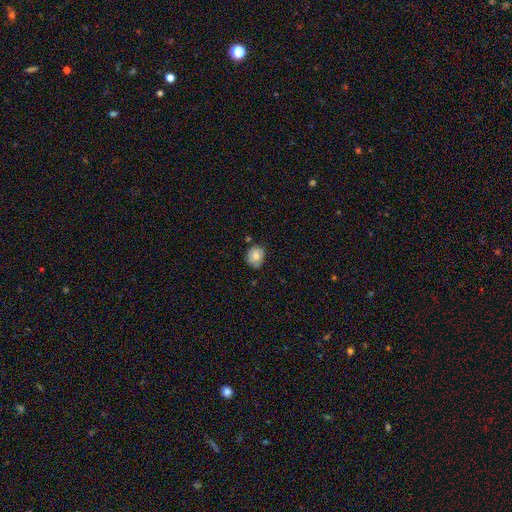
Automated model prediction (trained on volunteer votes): smooth_or_featured: smooth (p=0.77) [alt: featured or disk p=0.15]
how_rounded: round (p=0.66) [alt: in between p=0.33]
merging: none (p=0.73) [alt: minor disturbance p=0.20]